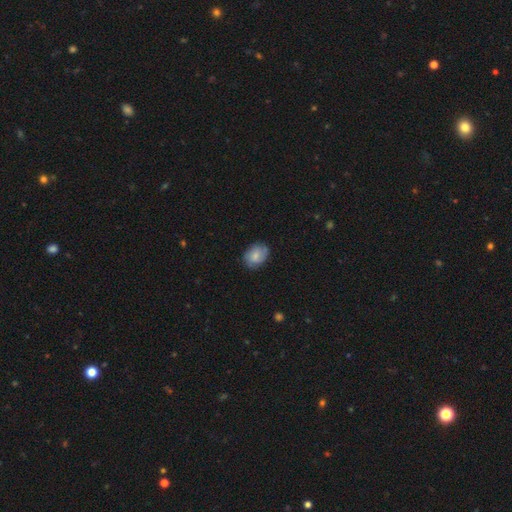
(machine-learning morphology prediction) Smooth or featured?
  - smooth: 75% *
  - featured or disk: 18%
  - star or artifact: 7%
How rounded?
  - in between: 64% *
  - round: 35%
  - cigar-shaped: 1%
Merging?
  - none: 77% *
  - minor disturbance: 19%
  - major disturbance: 4%
  - merger: 1%